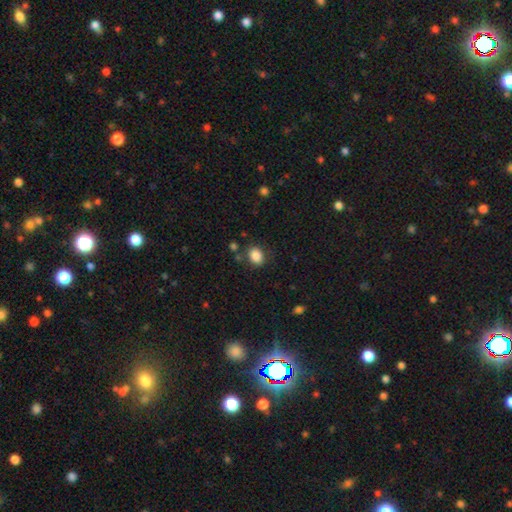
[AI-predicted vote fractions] smooth-or-featured: smooth: 86% | star or artifact: 9% | featured or disk: 5%
  how-rounded: in between: 65% | round: 34% | cigar-shaped: 1%
  merging: none: 77% | minor disturbance: 14% | major disturbance: 5% | merger: 4%